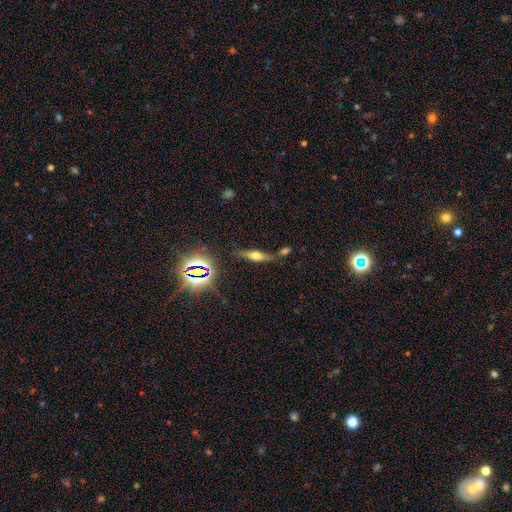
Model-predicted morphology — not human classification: This is marginally a featured or disk galaxy (42%). Merging: likely none (70%).